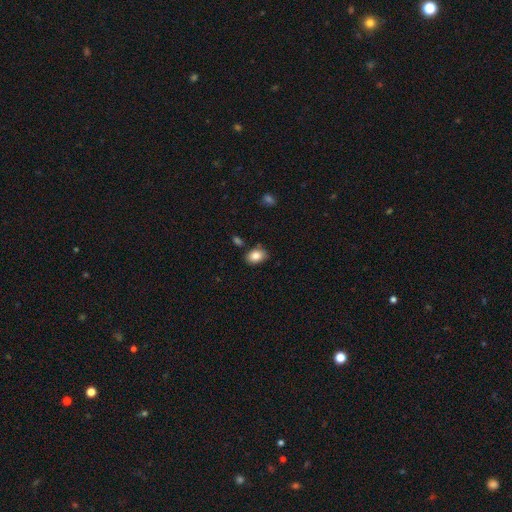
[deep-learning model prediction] Smooth or featured? smooth (84%)
How rounded? in between (79%)
Merging? none (82%)